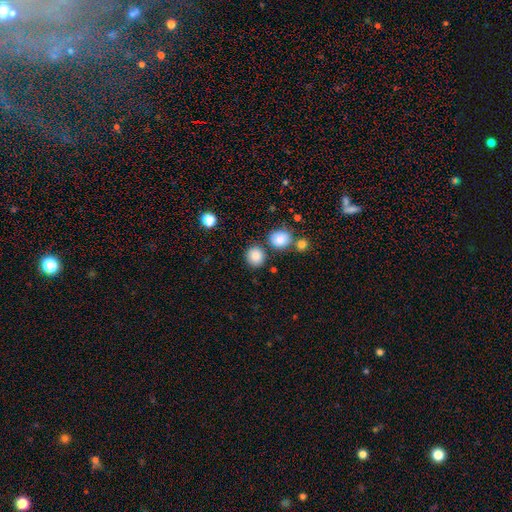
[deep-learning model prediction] smooth_or_featured: smooth (p=0.85) [alt: star or artifact p=0.10]
how_rounded: round (p=0.87) [alt: in between p=0.12]
merging: none (p=0.80) [alt: minor disturbance p=0.09]